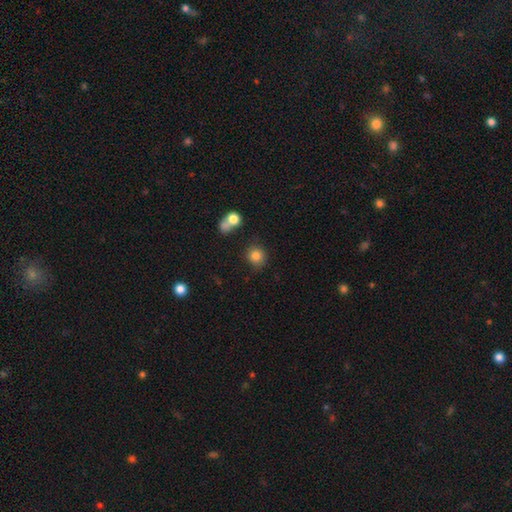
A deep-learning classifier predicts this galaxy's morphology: A smooth galaxy with no disk features (83%) that is round (87%).

Vote fractions:
- Smooth or featured? smooth: 83% / star or artifact: 11% / featured or disk: 6%
- How rounded? round: 87% / in between: 12% / cigar-shaped: 1%
- Merging? none: 78% / minor disturbance: 12% / merger: 6% / major disturbance: 4%